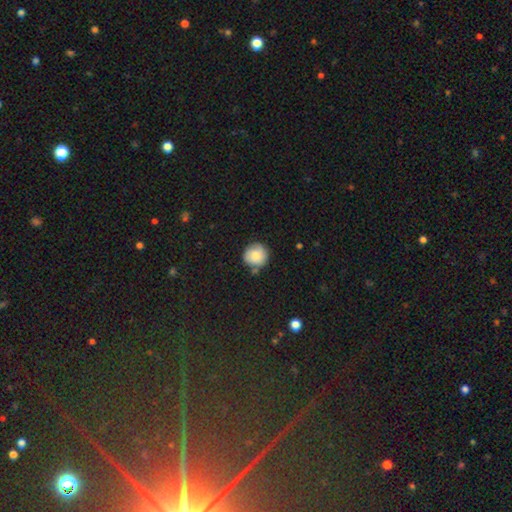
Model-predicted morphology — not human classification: This is likely a smooth galaxy (78%). How rounded: clearly round (92%). Merging: likely none (74%).